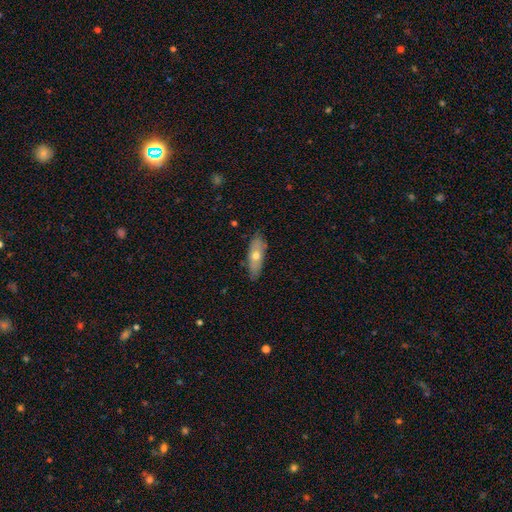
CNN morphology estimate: smooth_or_featured: smooth (p=0.60) [alt: featured or disk p=0.34]
how_rounded: in between (p=0.64) [alt: cigar-shaped p=0.32]
merging: none (p=0.80) [alt: minor disturbance p=0.16]